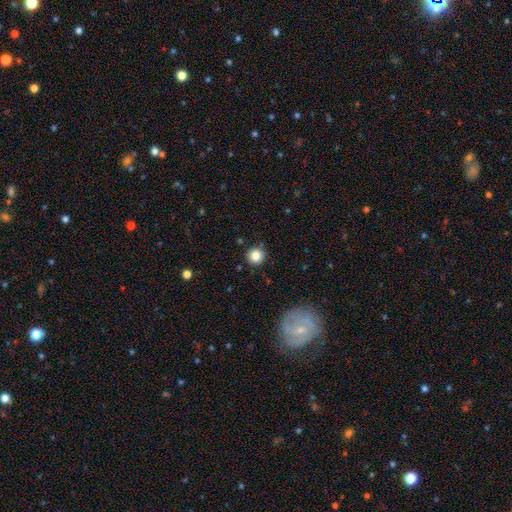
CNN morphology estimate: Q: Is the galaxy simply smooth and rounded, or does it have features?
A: smooth — 84%.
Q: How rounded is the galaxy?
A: round — 93%.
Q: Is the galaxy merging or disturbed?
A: none — 88%.